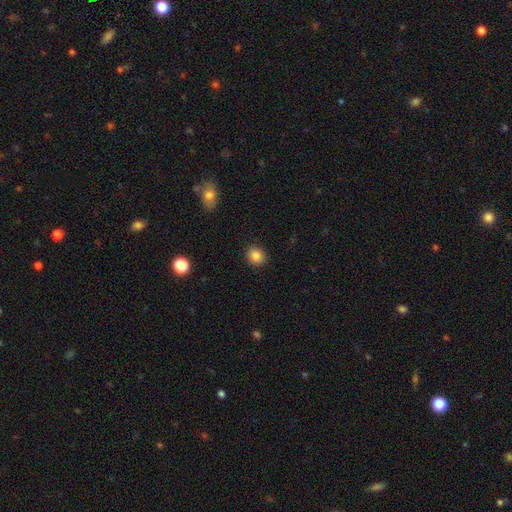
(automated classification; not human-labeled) Smooth or featured: smooth — 85% (star or artifact — 10%)
How rounded: round — 79% (in between — 20%)
Merging: none — 90% (minor disturbance — 6%)